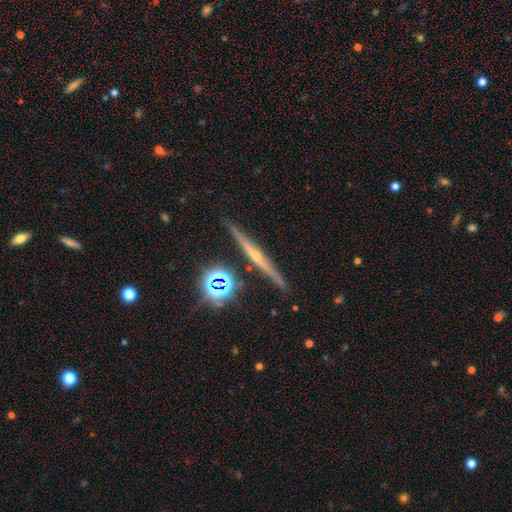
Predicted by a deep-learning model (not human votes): A featured or disk galaxy (76%) viewed edge-on (97%) with a rounded central bulge (78%). Merging: none (86%).